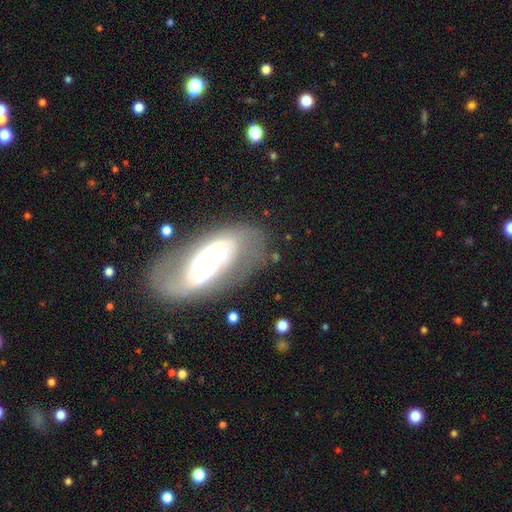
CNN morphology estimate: This is clearly a featured or disk galaxy (80%). It is clearly not viewed edge-on (93%). Bar: possibly no (48%). Spiral arm pattern: clearly yes (84%). Spiral arm count: likely 2 (73%). Spiral winding: marginally medium (42%). Central bulge: likely small (60%). Merging: likely none (67%).